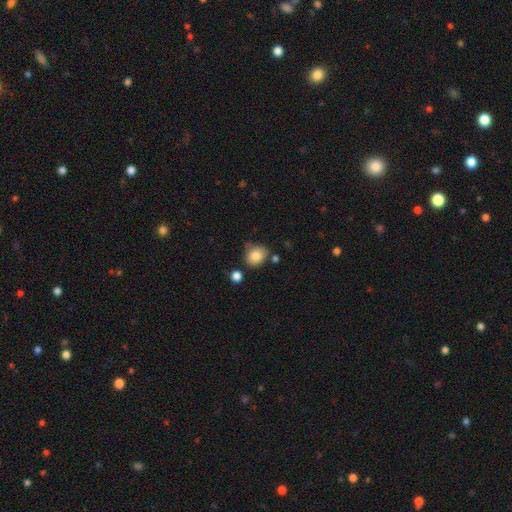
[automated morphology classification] Overall: smooth (83%). How rounded: round (70%). Merging: none (67%).